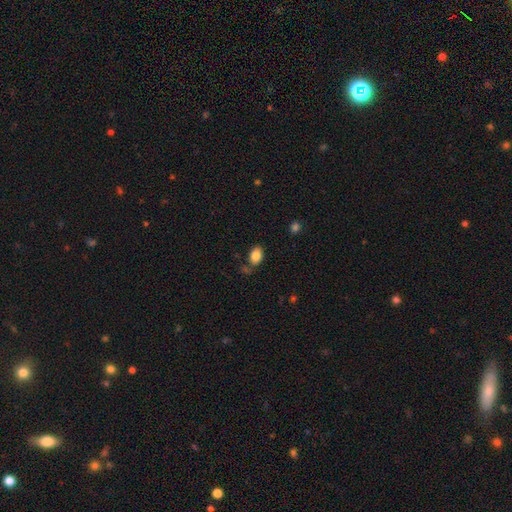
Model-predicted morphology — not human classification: This is clearly a smooth galaxy (84%). How rounded: clearly in between (83%). Merging: likely none (73%).